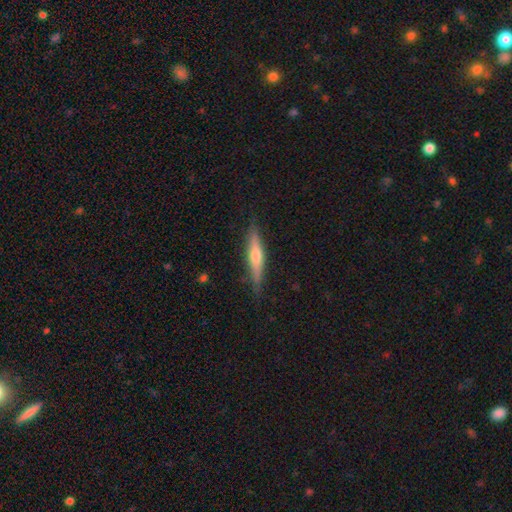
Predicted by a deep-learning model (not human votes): A featured or disk galaxy (56%) viewed edge-on (95%) with a rounded central bulge (84%). Merging: none (87%).